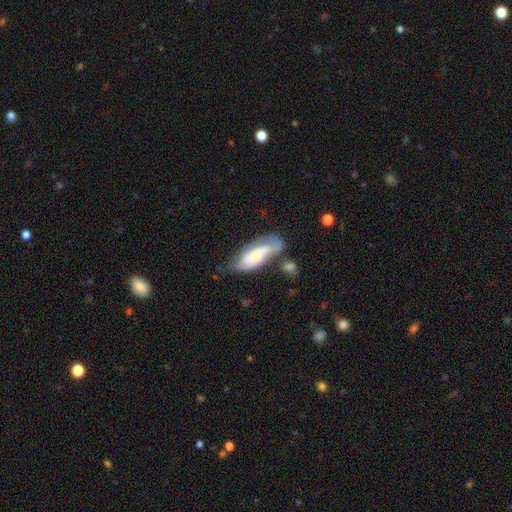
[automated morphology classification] smooth-or-featured: smooth: 51% | featured or disk: 43% | star or artifact: 7%
  how-rounded: in between: 77% | cigar-shaped: 21% | round: 2%
  merging: none: 32% | minor disturbance: 27% | merger: 20% | major disturbance: 20%